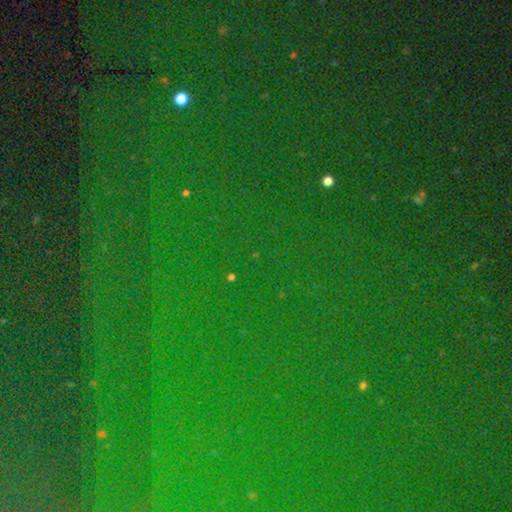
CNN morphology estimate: smooth_or_featured: star or artifact (p=0.80) [alt: smooth p=0.12]